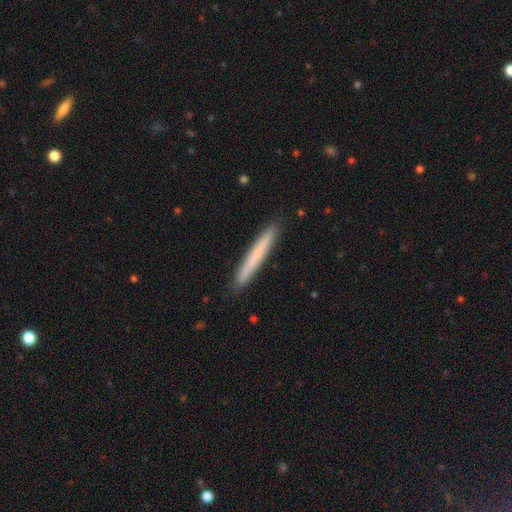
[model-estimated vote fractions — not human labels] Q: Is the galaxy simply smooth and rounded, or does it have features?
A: smooth — 71%.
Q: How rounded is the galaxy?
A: cigar-shaped — 97%.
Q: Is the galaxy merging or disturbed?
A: none — 91%.